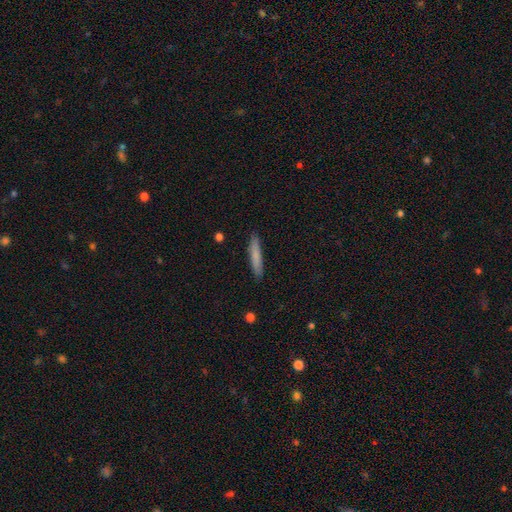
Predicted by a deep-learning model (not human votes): A smooth galaxy with no disk features (79%) that is cigar-shaped (91%).

Vote fractions:
- Smooth or featured? smooth: 79% / featured or disk: 15% / star or artifact: 6%
- How rounded? cigar-shaped: 91% / in between: 7% / round: 1%
- Merging? none: 89% / minor disturbance: 9% / major disturbance: 2% / merger: 1%